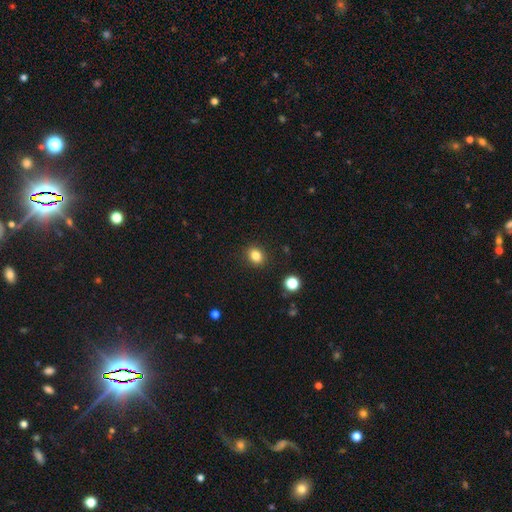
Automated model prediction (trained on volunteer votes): smooth_or_featured: smooth (p=0.83) [alt: star or artifact p=0.12]
how_rounded: round (p=0.54) [alt: in between p=0.45]
merging: none (p=0.89) [alt: minor disturbance p=0.07]